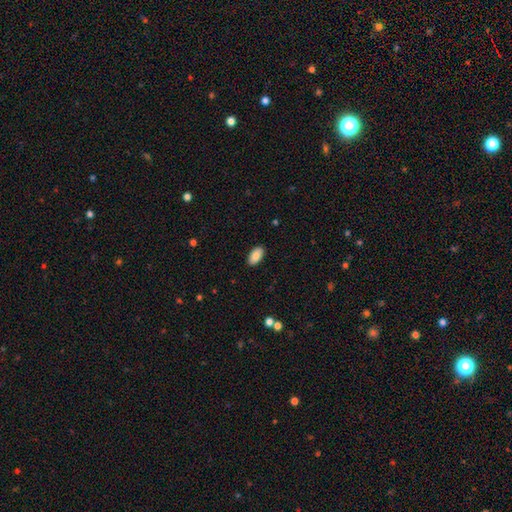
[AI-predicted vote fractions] Smooth or featured? smooth (87%)
How rounded? in between (95%)
Merging? none (89%)